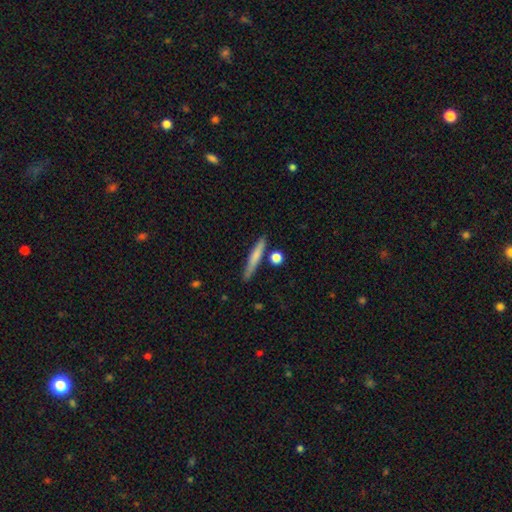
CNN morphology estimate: type=smooth (68%); roundness=cigar-shaped (92%); merging=none (80%).